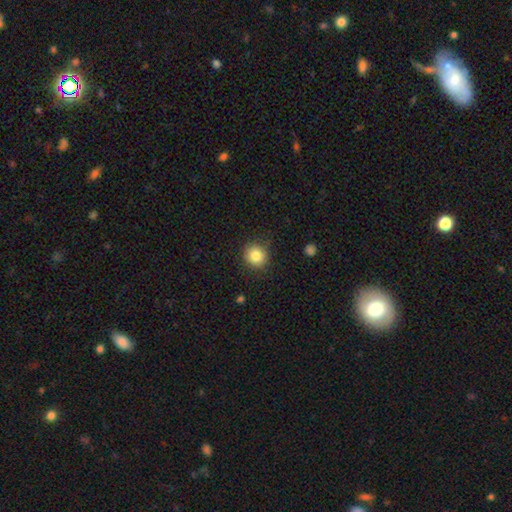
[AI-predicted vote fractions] Q: Smooth or featured?
A: smooth (84%); runner-up: star or artifact (10%)
Q: How rounded?
A: round (90%); runner-up: in between (9%)
Q: Merging?
A: none (88%); runner-up: minor disturbance (9%)